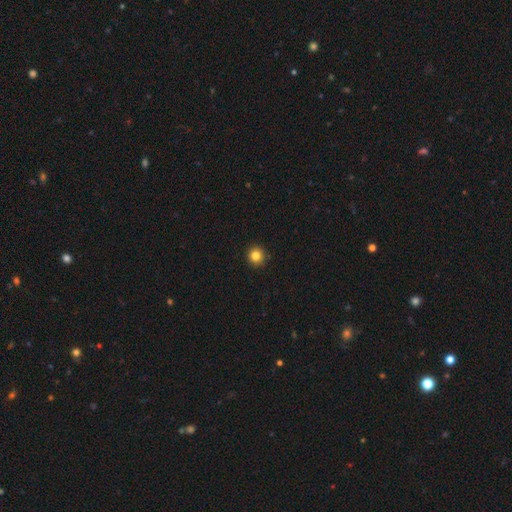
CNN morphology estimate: This is clearly a smooth galaxy (83%). How rounded: clearly round (95%). Merging: clearly none (93%).